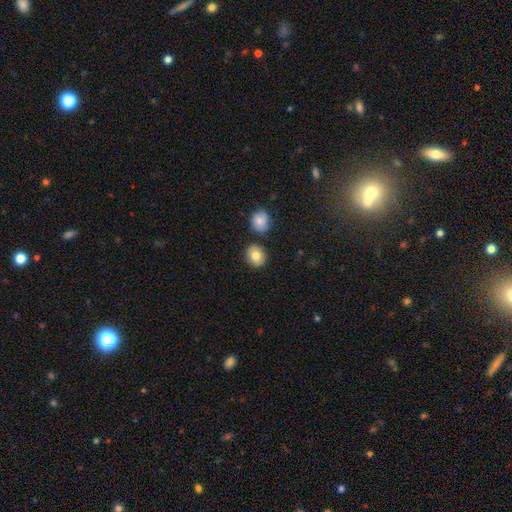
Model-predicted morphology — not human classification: This appears to be a smooth galaxy with no disk features (81%) that is round (69%). Merging: none (82%).